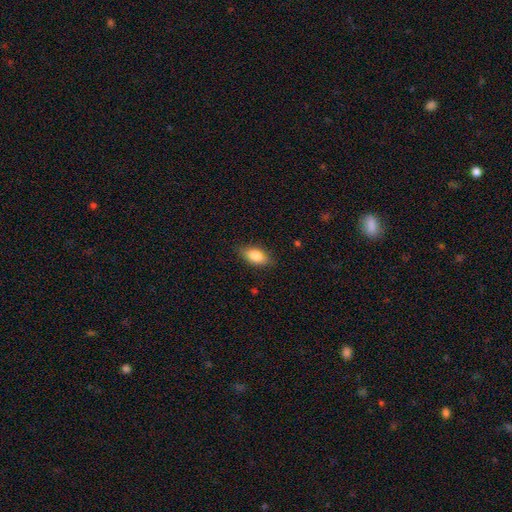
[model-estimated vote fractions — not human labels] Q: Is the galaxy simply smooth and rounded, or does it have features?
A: smooth — 84%.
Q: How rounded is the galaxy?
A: in between — 88%.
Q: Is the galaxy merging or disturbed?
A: none — 83%.